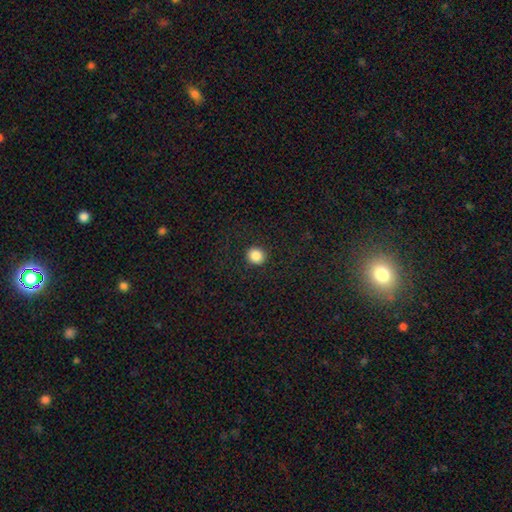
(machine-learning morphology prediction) Overall: smooth (87%). How rounded: round (89%). Merging: none (91%).